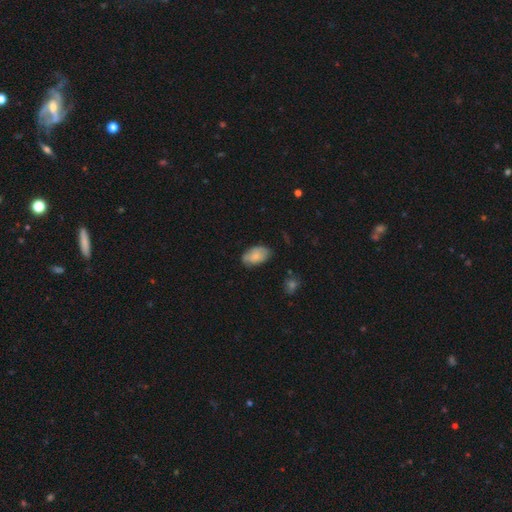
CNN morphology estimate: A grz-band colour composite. It shows a smooth galaxy with no disk features (76%) that is in between round and cigar-shaped (93%). Merging: none (70%).